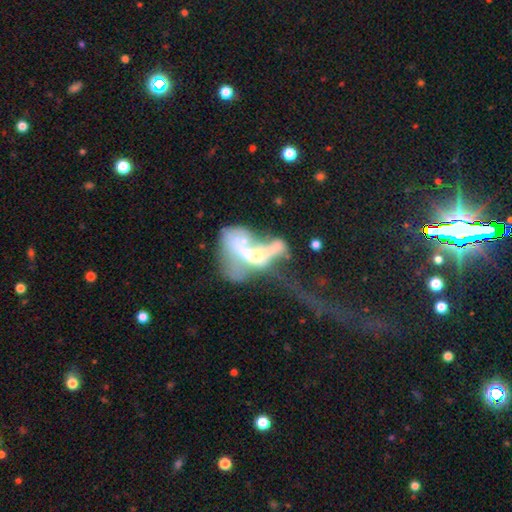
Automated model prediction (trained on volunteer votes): This is possibly a featured or disk galaxy (59%). It is clearly not viewed edge-on (86%). Bar: likely no (68%). Spiral arm pattern: likely no (69%). Central bulge: marginally moderate (37%). Merging: possibly merger (53%).